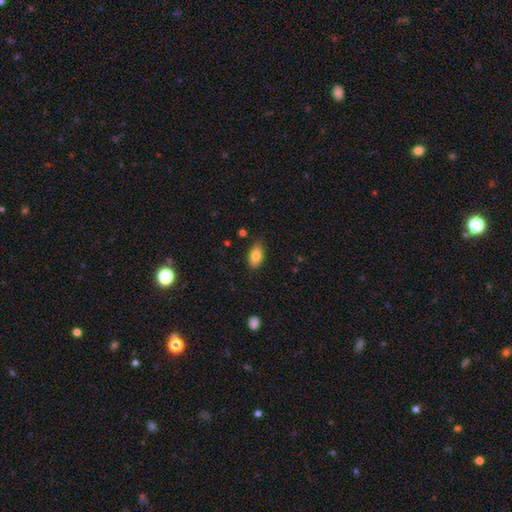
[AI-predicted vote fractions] Smooth or featured?
  - smooth: 82% *
  - featured or disk: 10%
  - star or artifact: 8%
How rounded?
  - in between: 89% *
  - cigar-shaped: 6%
  - round: 5%
Merging?
  - none: 82% *
  - minor disturbance: 14%
  - major disturbance: 3%
  - merger: 1%